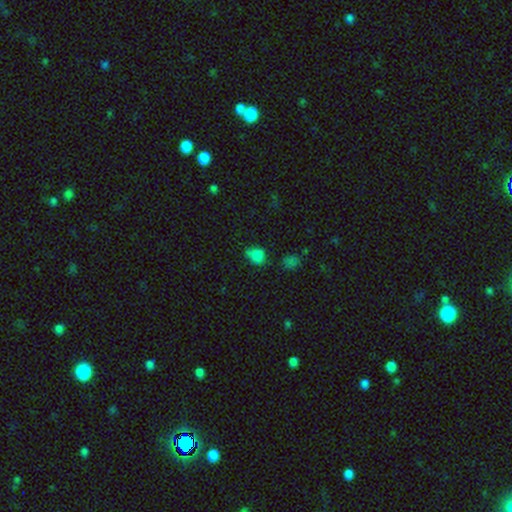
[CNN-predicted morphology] Smooth or featured? smooth (75%)
How rounded? in between (51%)
Merging? none (54%)